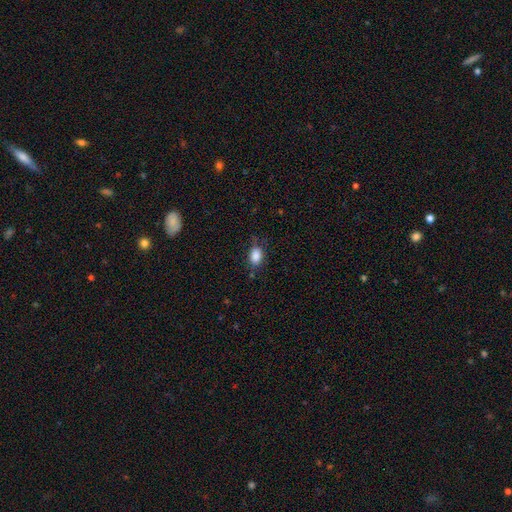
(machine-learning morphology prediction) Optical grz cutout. It shows a smooth galaxy with no disk features (86%) that is in between round and cigar-shaped (83%). Merging: none (70%).